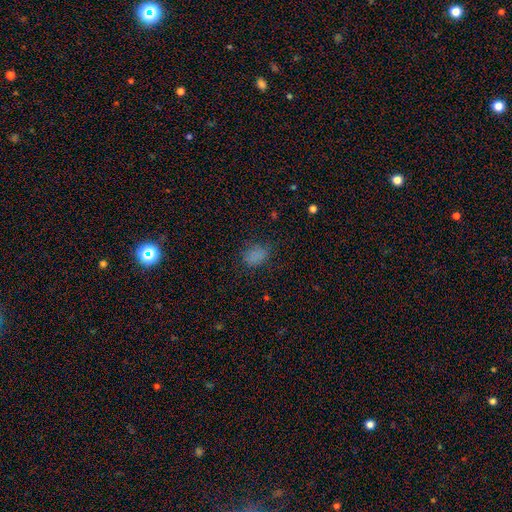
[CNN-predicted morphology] Smooth or featured? smooth (77%)
How rounded? in between (69%)
Merging? none (75%)